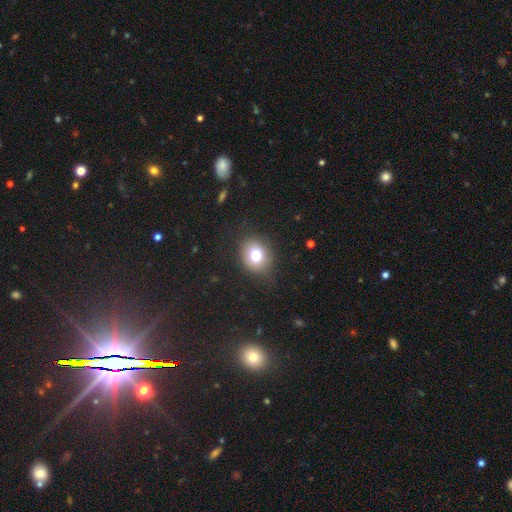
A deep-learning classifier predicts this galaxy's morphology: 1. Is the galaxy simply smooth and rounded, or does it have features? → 77% smooth, 12% featured or disk, 11% star or artifact.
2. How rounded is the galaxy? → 57% round, 42% in between, 1% cigar-shaped.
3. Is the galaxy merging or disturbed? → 82% none, 13% minor disturbance, 4% major disturbance, 1% merger.